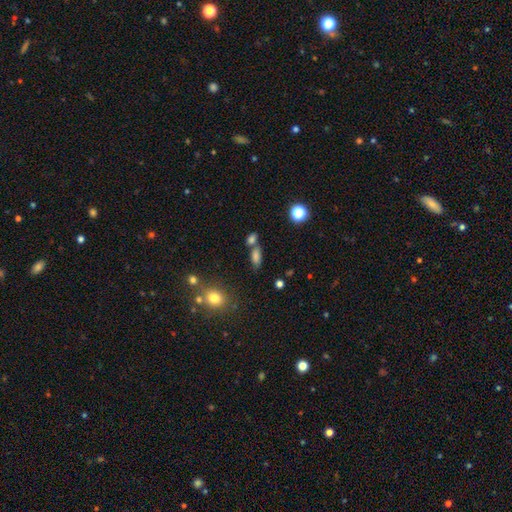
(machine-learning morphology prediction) A smooth galaxy with no disk features (74%) that is in between round and cigar-shaped (73%). Merging: none (51%).